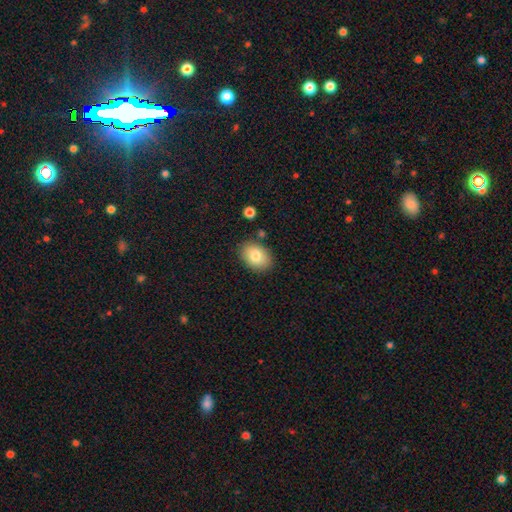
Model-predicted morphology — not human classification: Smooth or featured? smooth (81%)
How rounded? in between (77%)
Merging? none (84%)